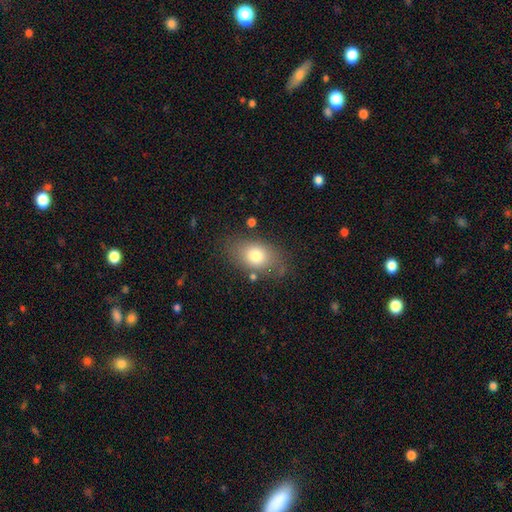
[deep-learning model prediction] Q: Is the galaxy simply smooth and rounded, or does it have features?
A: smooth — 76%.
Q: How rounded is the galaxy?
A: in between — 82%.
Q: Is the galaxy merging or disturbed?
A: none — 74%.